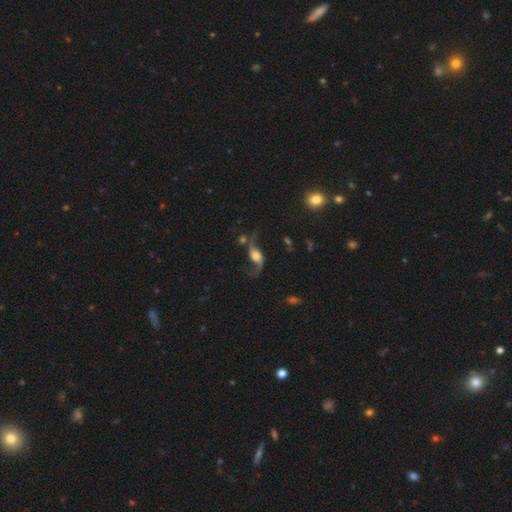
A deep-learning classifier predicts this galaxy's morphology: Smooth or featured?
  - featured or disk: 85% *
  - smooth: 8%
  - star or artifact: 7%
Edge-on disk?
  - no: 93% *
  - yes: 7%
Bar?
  - no: 55% *
  - weak: 32%
  - strong: 13%
Spiral arms?
  - yes: 95% *
  - no: 5%
Spiral winding?
  - loose: 91% *
  - medium: 7%
  - tight: 2%
Spiral arm count?
  - 2: 93% *
  - 1: 3%
  - can't tell: 1%
  - 3: 1%
  - 4: 1%
  - more than 4: 1%
Bulge size?
  - large: 38% *
  - moderate: 37%
  - small: 13%
  - dominant: 7%
  - none: 6%
Merging?
  - none: 63% *
  - minor disturbance: 15%
  - major disturbance: 14%
  - merger: 8%